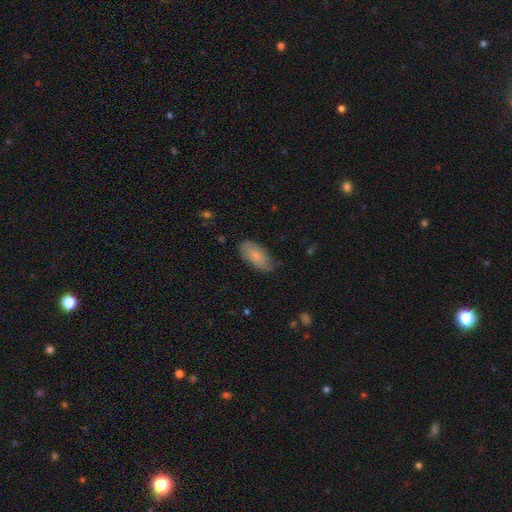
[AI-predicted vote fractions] This appears to be a smooth galaxy with no disk features (76%) that is in between round and cigar-shaped (91%). Merging: none (70%).